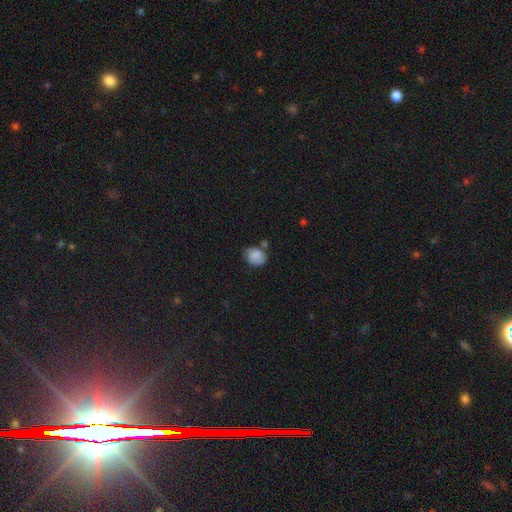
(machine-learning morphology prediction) A smooth galaxy with no disk features (80%) that is in between round and cigar-shaped (50%).

Vote fractions:
- Smooth or featured? smooth: 80% / featured or disk: 11% / star or artifact: 9%
- How rounded? in between: 50% / round: 49% / cigar-shaped: 1%
- Merging? none: 57% / minor disturbance: 26% / merger: 11% / major disturbance: 7%